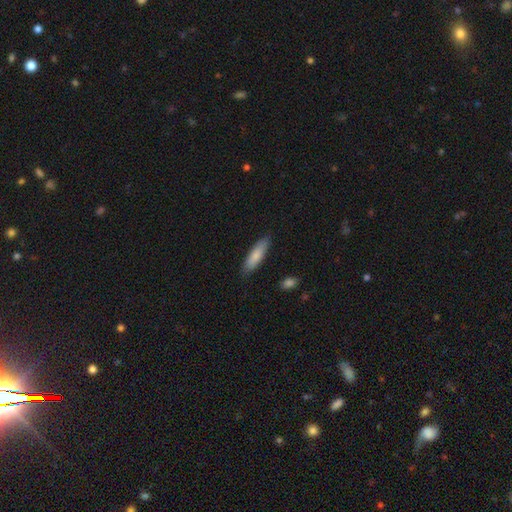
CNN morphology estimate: smooth-or-featured: smooth: 81% | featured or disk: 13% | star or artifact: 5%
  how-rounded: cigar-shaped: 61% | in between: 38% | round: 2%
  merging: none: 85% | minor disturbance: 12% | major disturbance: 2% | merger: 1%